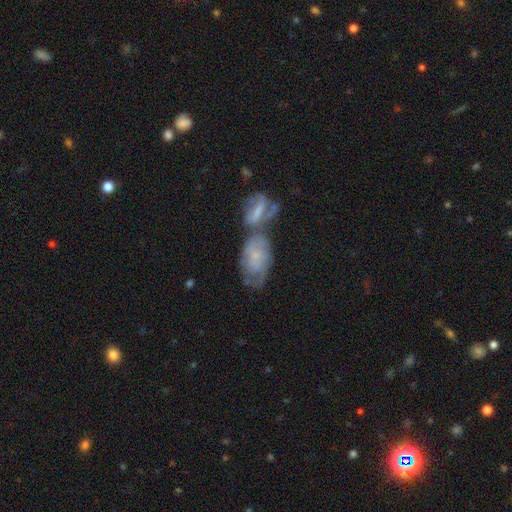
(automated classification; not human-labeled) Overall: featured or disk (53%; smooth 38%). Edge-on disk: no (93%). Merging: merger (50%; none 27%).